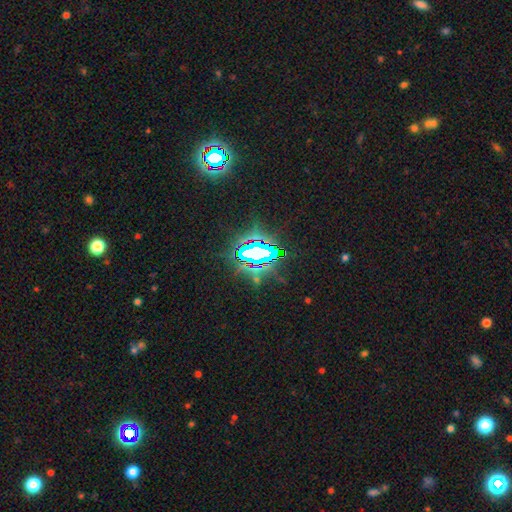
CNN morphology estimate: A star or artifact, not a galaxy (75%).